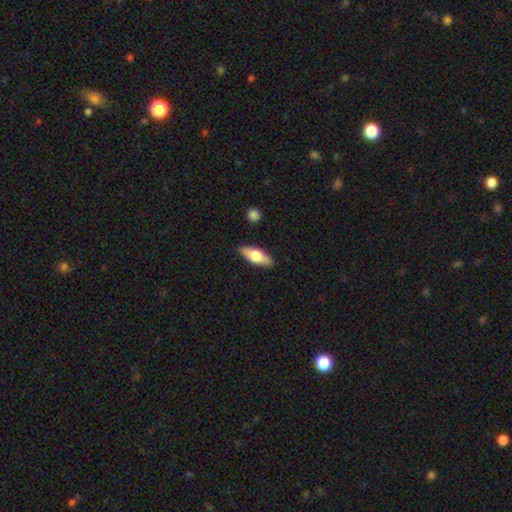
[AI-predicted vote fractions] Smooth or featured? smooth (55%)
How rounded? in between (69%)
Merging? none (87%)